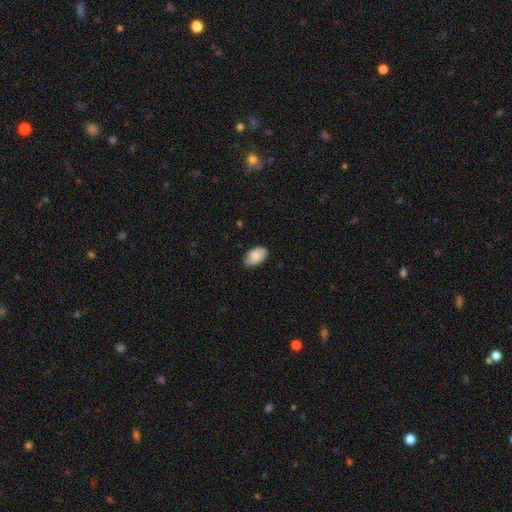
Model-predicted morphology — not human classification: smooth_or_featured: smooth (p=0.79) [alt: featured or disk p=0.15]
how_rounded: in between (p=0.93) [alt: round p=0.05]
merging: none (p=0.78) [alt: minor disturbance p=0.18]